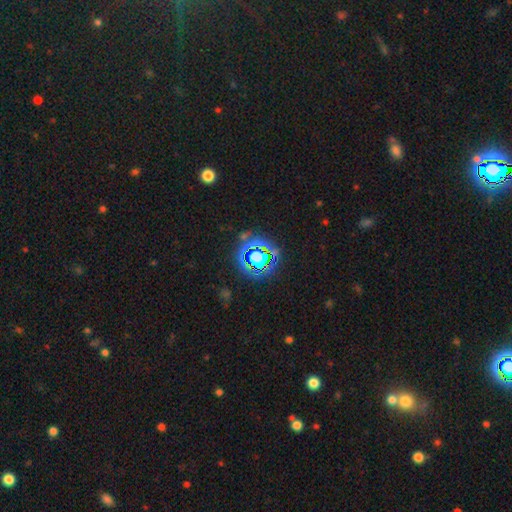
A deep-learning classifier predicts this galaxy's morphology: Smooth or featured? Predicted: star or artifact (p=0.62).